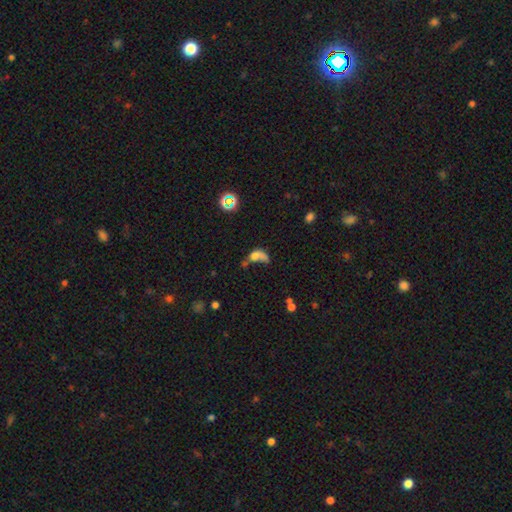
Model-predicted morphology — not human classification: Smooth or featured? Predicted: smooth (p=0.57). How rounded? Predicted: in between (p=0.72). Merging? Predicted: major disturbance (p=0.34).